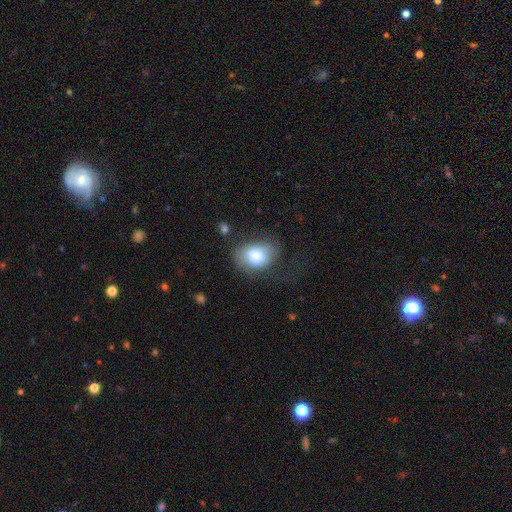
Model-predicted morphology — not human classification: smooth-or-featured: smooth: 78% | featured or disk: 15% | star or artifact: 7%
  how-rounded: in between: 70% | round: 29% | cigar-shaped: 1%
  merging: none: 47% | minor disturbance: 26% | major disturbance: 24% | merger: 3%